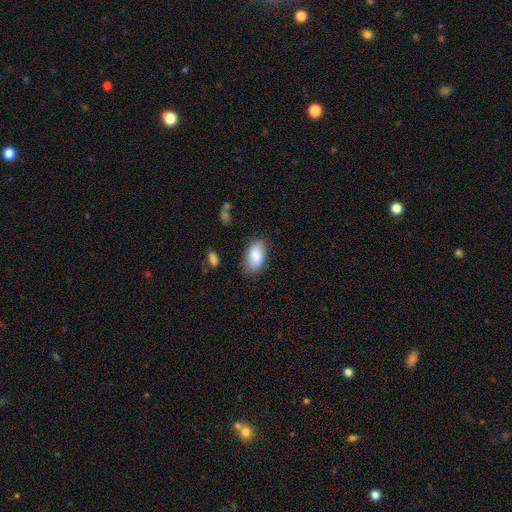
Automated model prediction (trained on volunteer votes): This is clearly a smooth galaxy (84%). How rounded: clearly in between (94%). Merging: likely none (77%).